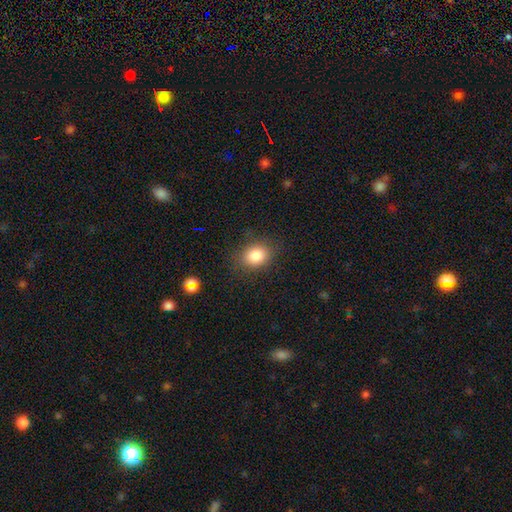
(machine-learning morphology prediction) smooth 85%, star or artifact 10%, featured or disk 5%. Down the decision tree: how rounded — in between (50%); merging — none (81%).